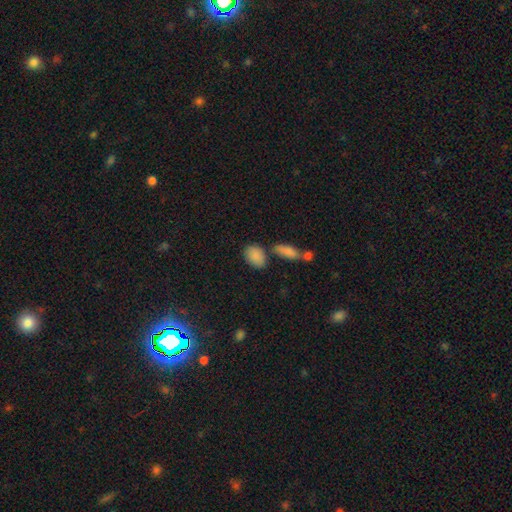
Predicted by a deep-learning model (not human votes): The model was most divided on "merging": none: 64%, merger: 16%, minor disturbance: 15%, major disturbance: 4%. More confident: smooth or featured — smooth (87%); how rounded — in between (82%).